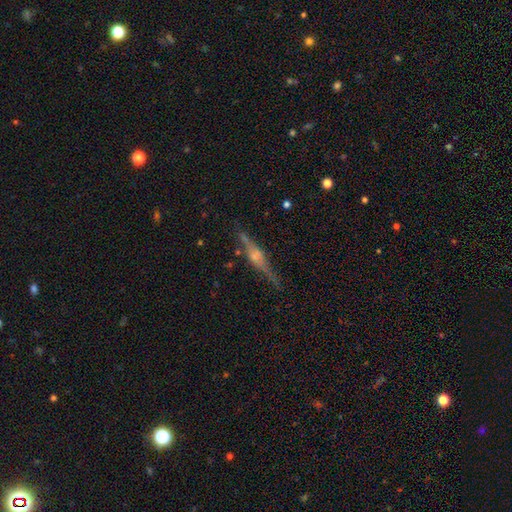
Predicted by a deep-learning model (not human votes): Smooth or featured? Predicted: featured or disk (p=0.76). Edge-on disk? Predicted: yes (p=0.96). Edge-on bulge? Predicted: rounded (p=0.74). Merging? Predicted: none (p=0.80).